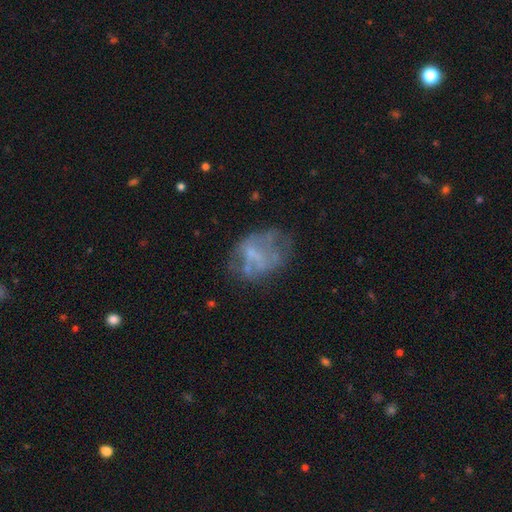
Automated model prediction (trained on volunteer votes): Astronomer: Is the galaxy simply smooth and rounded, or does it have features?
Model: featured or disk — 56% (runner-up: smooth, 31%).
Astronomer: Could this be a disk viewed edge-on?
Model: no — 98%.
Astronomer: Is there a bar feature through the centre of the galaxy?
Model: no — 73%.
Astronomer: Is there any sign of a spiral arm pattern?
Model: no — 82%.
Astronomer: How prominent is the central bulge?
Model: none — 58%.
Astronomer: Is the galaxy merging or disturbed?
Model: none — 43% (runner-up: major disturbance, 26%).